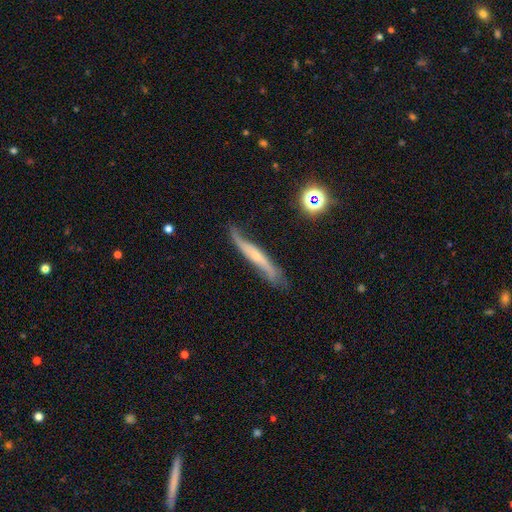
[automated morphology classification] This is likely a featured or disk galaxy (69%). It is likely viewed edge-on (60%). Merging: likely none (61%).